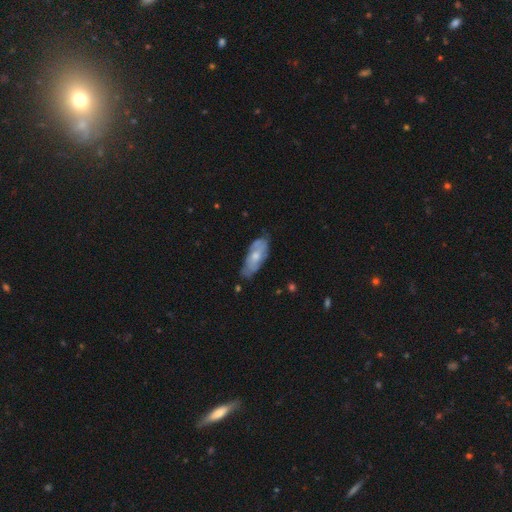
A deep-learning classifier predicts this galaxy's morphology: A smooth galaxy with no disk features (50%). Merging: none (61%).